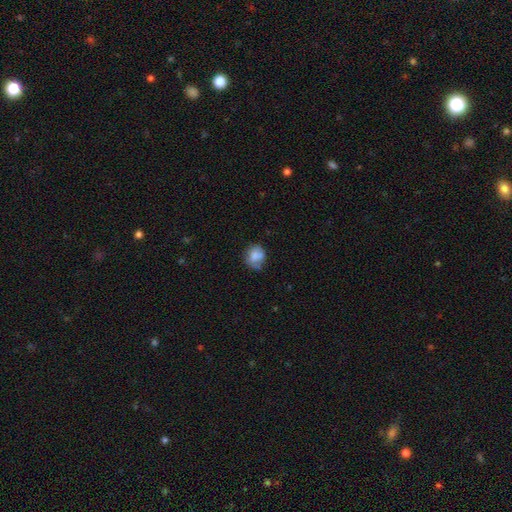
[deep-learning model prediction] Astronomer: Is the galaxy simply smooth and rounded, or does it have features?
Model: smooth — 73%.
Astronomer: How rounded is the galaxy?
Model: round — 67%.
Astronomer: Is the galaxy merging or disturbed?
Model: none — 51% (runner-up: minor disturbance, 30%).